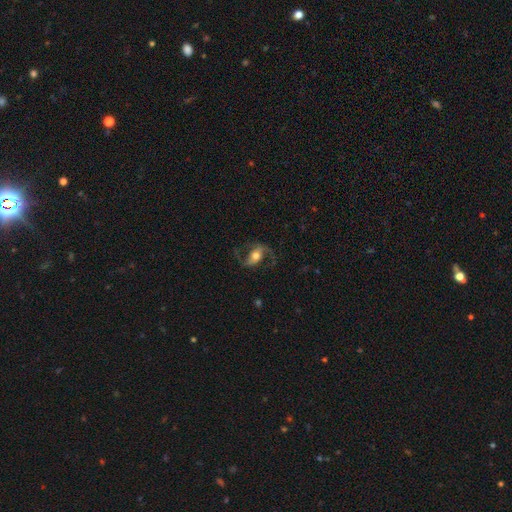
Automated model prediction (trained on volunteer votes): featured or disk 77%, smooth 16%, star or artifact 7%. Down the decision tree: edge-on disk — no (95%); bar — weak (35%); spiral arms — yes (91%); spiral arm count — 2 (92%); spiral winding — loose (52%); bulge size — moderate (65%); merging — none (70%).